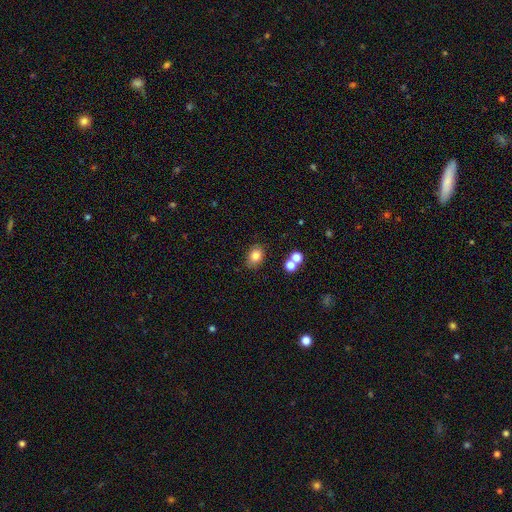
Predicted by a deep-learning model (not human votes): Q: Smooth or featured?
A: smooth (81%); runner-up: star or artifact (11%)
Q: How rounded?
A: in between (67%); runner-up: round (32%)
Q: Merging?
A: none (80%); runner-up: minor disturbance (12%)